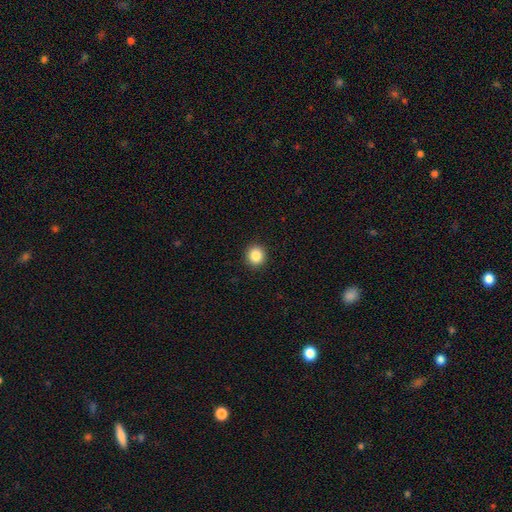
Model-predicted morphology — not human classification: Q: Smooth or featured?
A: smooth (86%); runner-up: star or artifact (10%)
Q: How rounded?
A: round (91%); runner-up: in between (9%)
Q: Merging?
A: none (92%); runner-up: minor disturbance (5%)